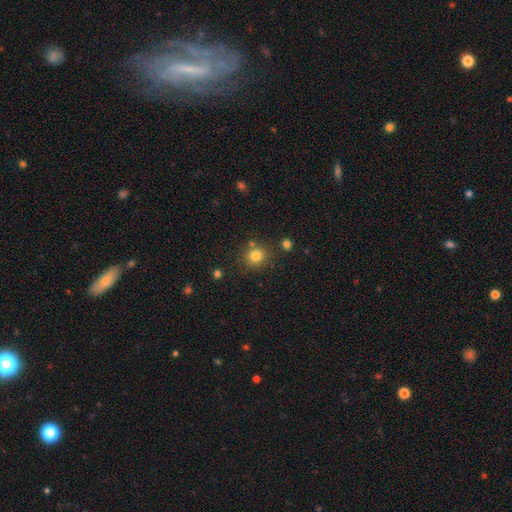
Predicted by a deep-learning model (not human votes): Smooth or featured? Predicted: smooth (p=0.81). How rounded? Predicted: round (p=0.86). Merging? Predicted: none (p=0.79).